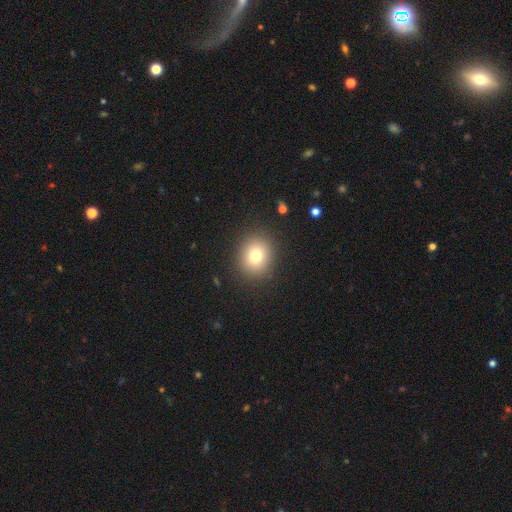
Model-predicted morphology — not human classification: Smooth or featured? Predicted: smooth (p=0.77). How rounded? Predicted: round (p=0.76). Merging? Predicted: none (p=0.89).